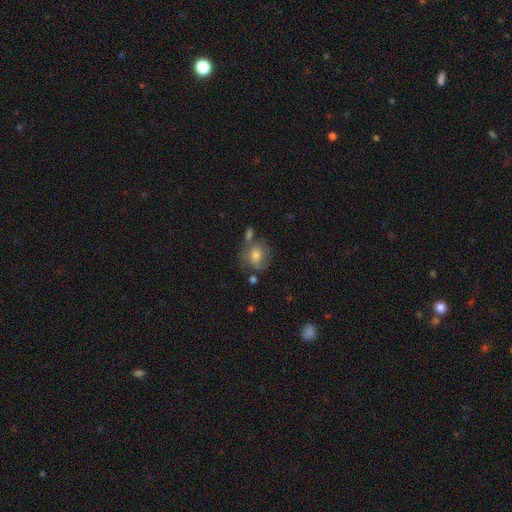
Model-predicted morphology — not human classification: smooth 68%, featured or disk 23%, star or artifact 9%. Down the decision tree: how rounded — round (76%); merging — none (54%).